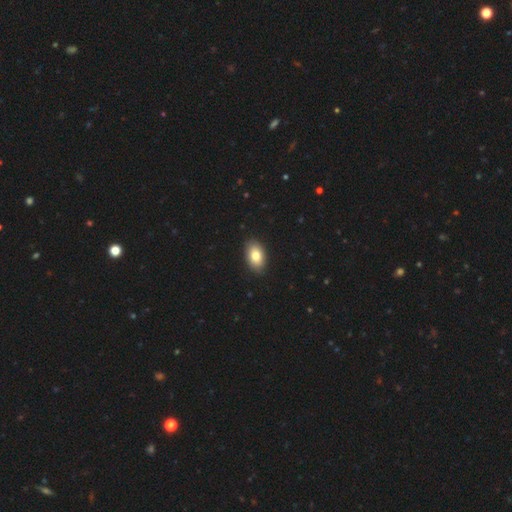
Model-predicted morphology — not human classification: smooth-or-featured: smooth: 81% | featured or disk: 12% | star or artifact: 7%
  how-rounded: in between: 91% | round: 7% | cigar-shaped: 1%
  merging: none: 88% | minor disturbance: 9% | major disturbance: 2% | merger: 1%